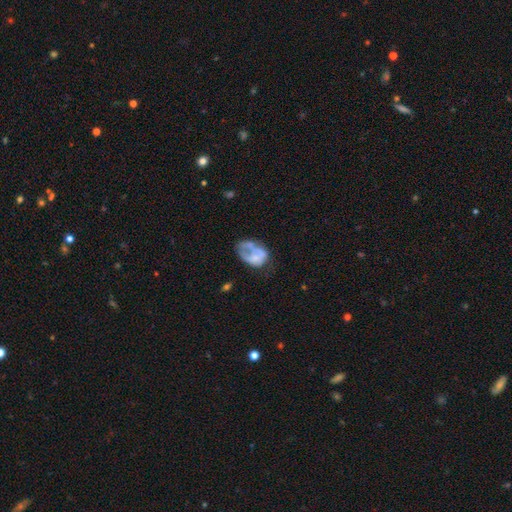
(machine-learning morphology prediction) A smooth galaxy with no disk features (46%). Merging: major disturbance (38%).